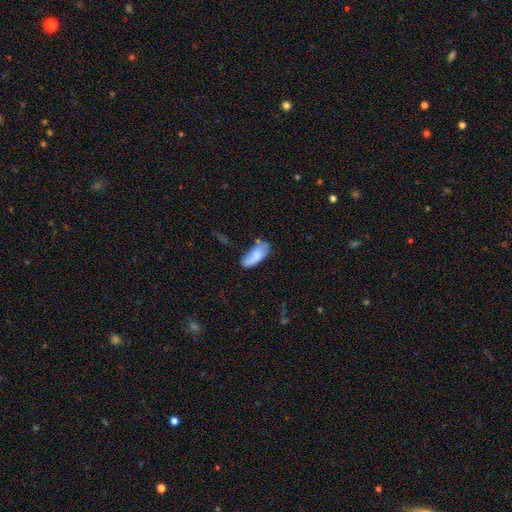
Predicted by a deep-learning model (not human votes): smooth-or-featured: smooth: 77% | featured or disk: 16% | star or artifact: 7%
  how-rounded: in between: 82% | cigar-shaped: 16% | round: 2%
  merging: none: 46% | minor disturbance: 31% | major disturbance: 12% | merger: 10%